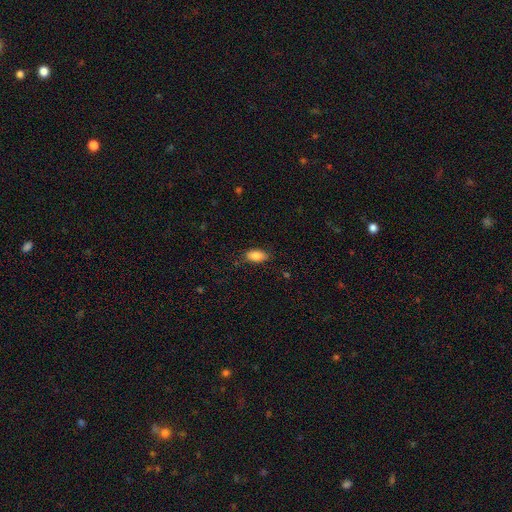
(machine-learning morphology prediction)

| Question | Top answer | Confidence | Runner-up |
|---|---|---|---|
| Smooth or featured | smooth | 86% | star or artifact (8%) |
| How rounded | in between | 90% | cigar-shaped (5%) |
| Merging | none | 79% | minor disturbance (17%) |